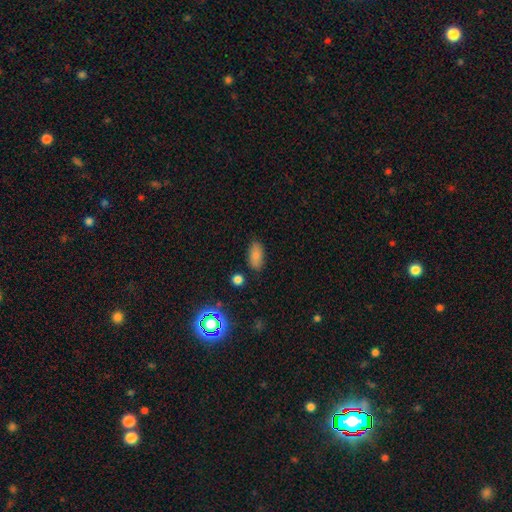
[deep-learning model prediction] Overall: smooth (83%). How rounded: in between (90%). Merging: none (83%).